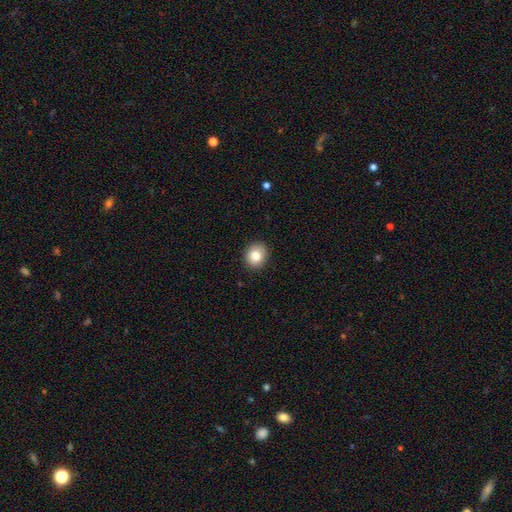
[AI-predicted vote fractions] This is clearly a smooth galaxy (81%). How rounded: clearly round (82%). Merging: clearly none (90%).